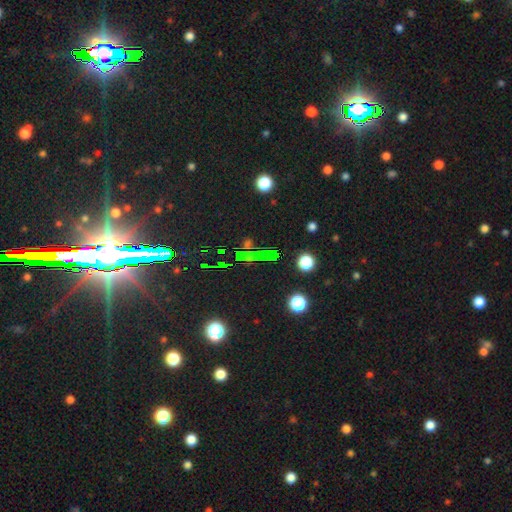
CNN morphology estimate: Smooth or featured: star or artifact — 70% (smooth — 16%)